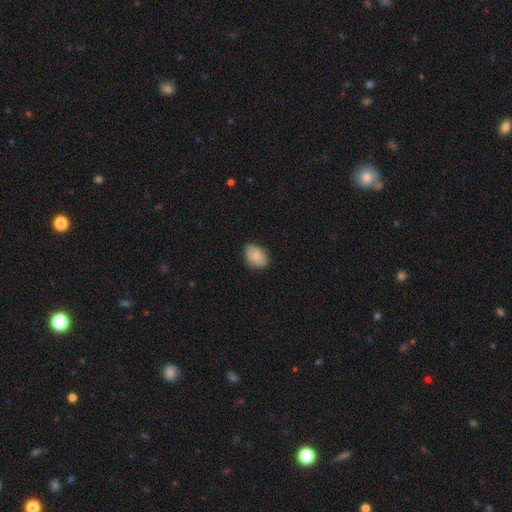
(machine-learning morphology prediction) A smooth galaxy with no disk features (82%) that is in between round and cigar-shaped (80%).

Vote fractions:
- Smooth or featured? smooth: 82% / featured or disk: 11% / star or artifact: 7%
- How rounded? in between: 80% / round: 18% / cigar-shaped: 1%
- Merging? none: 77% / minor disturbance: 19% / major disturbance: 3% / merger: 1%